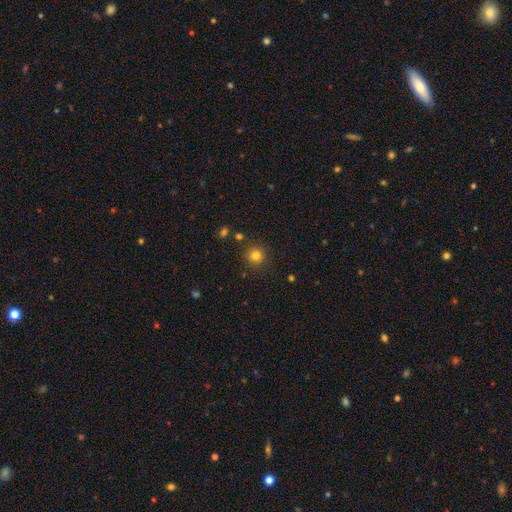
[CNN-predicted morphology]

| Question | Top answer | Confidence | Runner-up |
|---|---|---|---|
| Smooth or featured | smooth | 80% | star or artifact (14%) |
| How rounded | round | 93% | in between (6%) |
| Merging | none | 87% | minor disturbance (8%) |